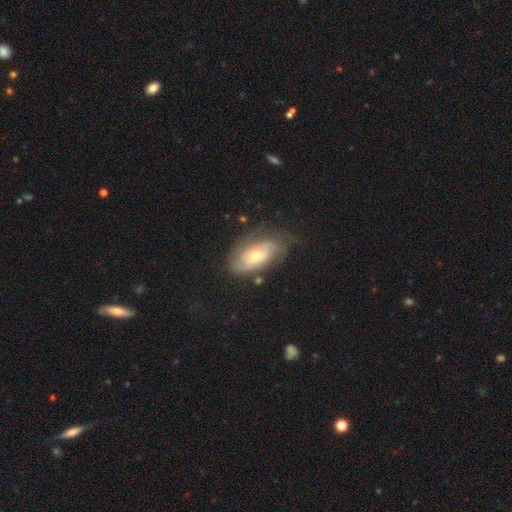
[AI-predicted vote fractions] This appears to be a featured or disk galaxy (62%) with no bar (74%), spiral arms (76%) and a moderate central bulge (58%). Merging: none (63%).